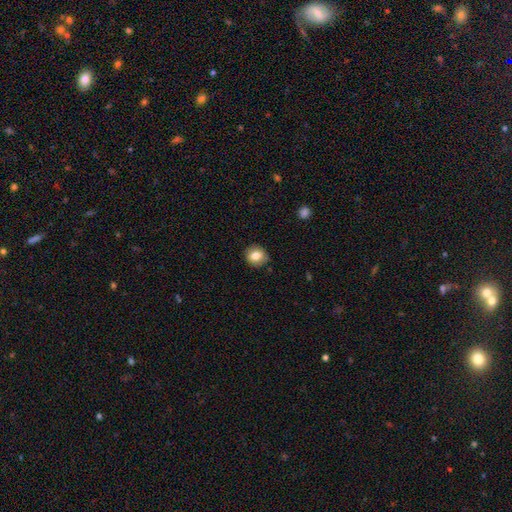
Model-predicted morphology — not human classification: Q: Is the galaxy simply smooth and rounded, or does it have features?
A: smooth — 80%.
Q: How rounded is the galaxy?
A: round — 76%.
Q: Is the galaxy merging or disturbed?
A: none — 86%.